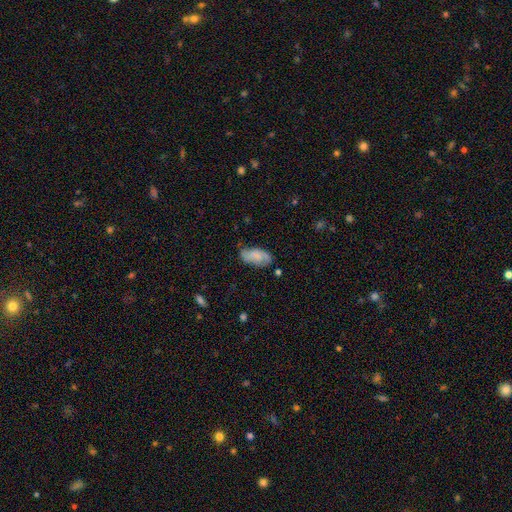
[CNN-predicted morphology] A smooth galaxy with no disk features (62%) that is in between round and cigar-shaped (92%). Merging: none (60%).